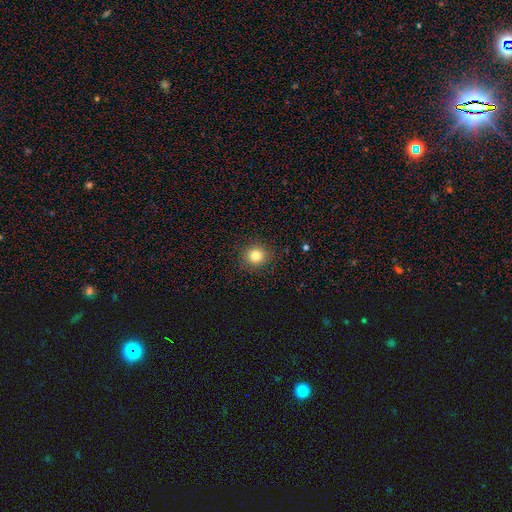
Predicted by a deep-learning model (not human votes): smooth 81%, star or artifact 12%, featured or disk 6%. Down the decision tree: how rounded — round (90%); merging — none (91%).